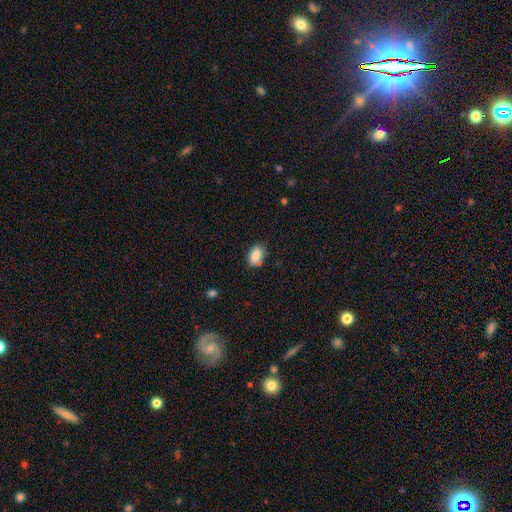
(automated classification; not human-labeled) Smooth or featured: smooth — 84% (featured or disk — 8%)
How rounded: in between — 87% (round — 11%)
Merging: none — 76% (minor disturbance — 16%)